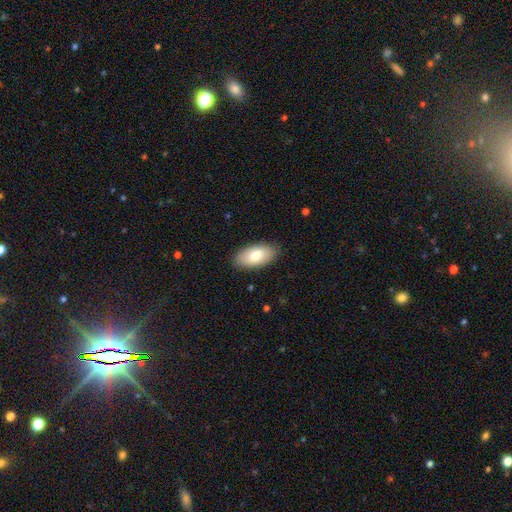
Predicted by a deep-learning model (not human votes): Q: Smooth or featured?
A: smooth (76%); runner-up: featured or disk (18%)
Q: How rounded?
A: in between (94%); runner-up: cigar-shaped (4%)
Q: Merging?
A: none (87%); runner-up: minor disturbance (10%)